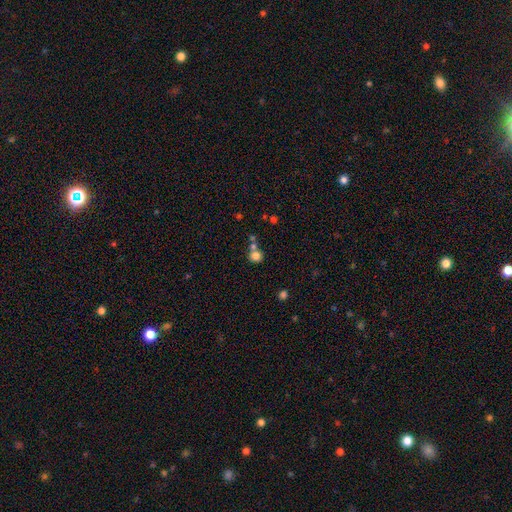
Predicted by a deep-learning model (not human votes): A smooth galaxy with no disk features (79%) that is round (85%). Merging: none (53%).